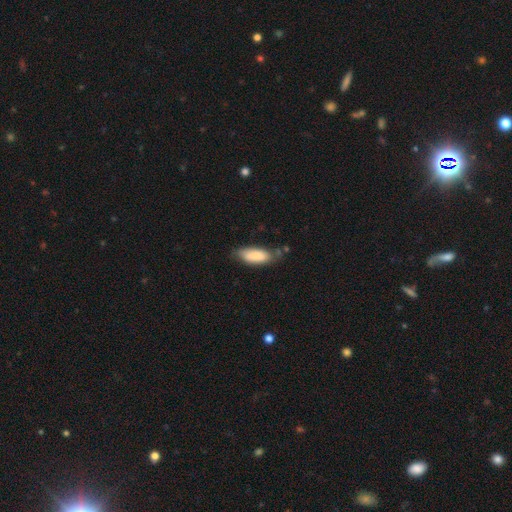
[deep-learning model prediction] smooth-or-featured: smooth: 82% | featured or disk: 12% | star or artifact: 6%
  how-rounded: in between: 79% | cigar-shaped: 19% | round: 2%
  merging: none: 63% | minor disturbance: 27% | major disturbance: 6% | merger: 4%